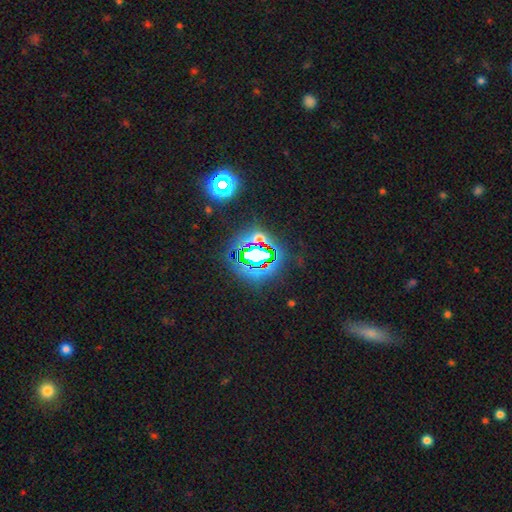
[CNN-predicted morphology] Smooth or featured? Predicted: star or artifact (p=0.74).